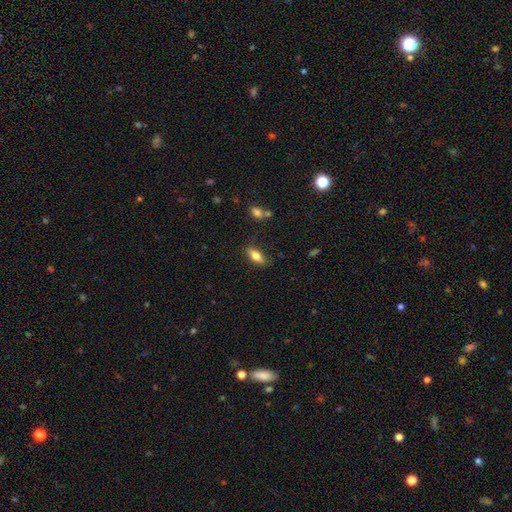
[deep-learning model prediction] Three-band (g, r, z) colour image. It shows a smooth galaxy with no disk features (75%) that is in between round and cigar-shaped (78%). Merging: none (80%).